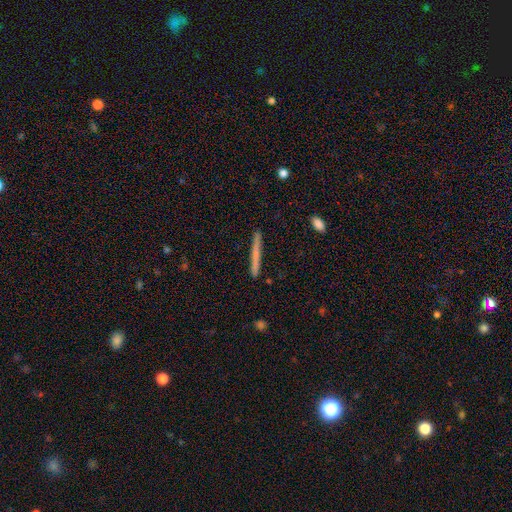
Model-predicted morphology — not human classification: The model was most divided on "smooth or featured": smooth: 61%, featured or disk: 34%, star or artifact: 6%. More confident: how rounded — cigar-shaped (97%); merging — none (91%).